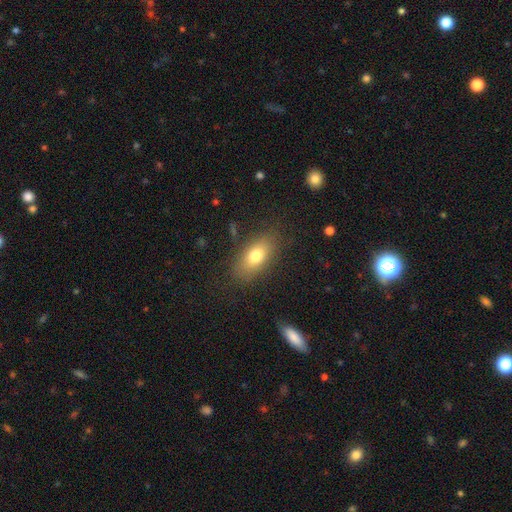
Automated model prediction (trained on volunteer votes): A smooth galaxy with no disk features (75%) that is in between round and cigar-shaped (85%).

Vote fractions:
- Smooth or featured? smooth: 75% / featured or disk: 16% / star or artifact: 9%
- How rounded? in between: 85% / round: 7% / cigar-shaped: 7%
- Merging? none: 81% / minor disturbance: 13% / major disturbance: 5% / merger: 2%